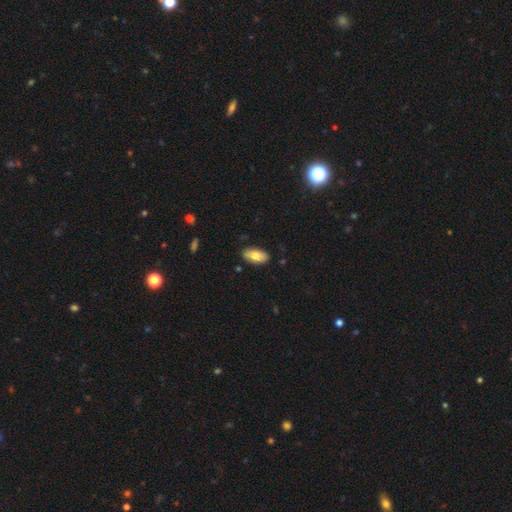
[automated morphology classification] This appears to be a smooth galaxy with no disk features (77%) that is in between round and cigar-shaped (94%). Merging: none (86%).